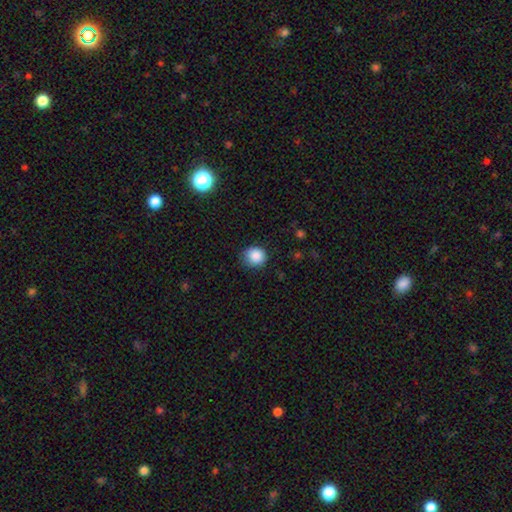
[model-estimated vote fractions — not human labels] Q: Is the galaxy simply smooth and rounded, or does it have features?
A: smooth — 87%.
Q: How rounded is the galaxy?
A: round — 87%.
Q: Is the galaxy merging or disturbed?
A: none — 79%.